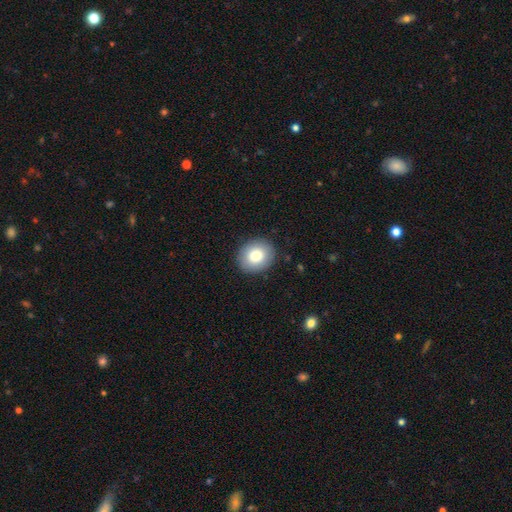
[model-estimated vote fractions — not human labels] The model was most divided on "how rounded": round: 61%, in between: 38%, cigar-shaped: 1%. More confident: merging — none (89%); smooth or featured — smooth (82%).